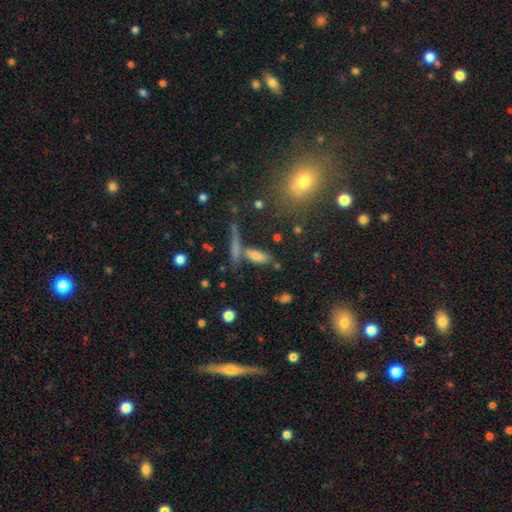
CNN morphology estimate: smooth 54%, featured or disk 26%, star or artifact 20%. Down the decision tree: how rounded — in between (53%); merging — none (62%).